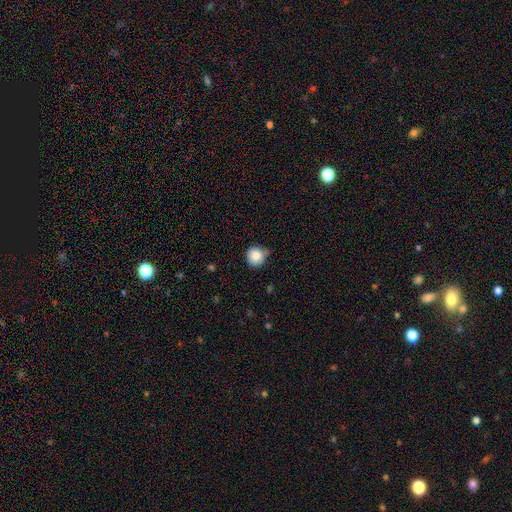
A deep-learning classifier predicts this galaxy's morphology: Q: Smooth or featured?
A: smooth (85%); runner-up: star or artifact (9%)
Q: How rounded?
A: round (92%); runner-up: in between (7%)
Q: Merging?
A: none (66%); runner-up: minor disturbance (24%)